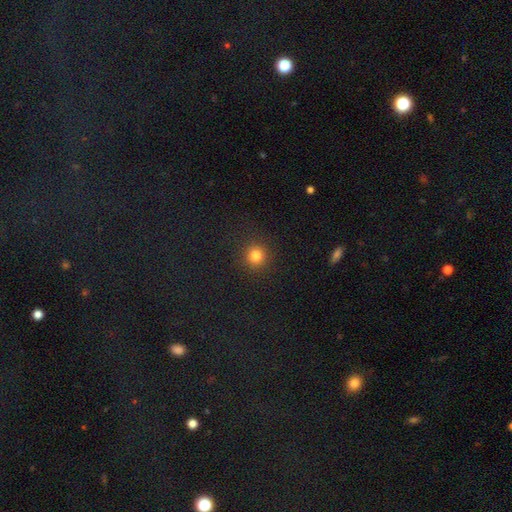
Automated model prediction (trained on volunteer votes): smooth 82%, star or artifact 14%, featured or disk 5%. Down the decision tree: how rounded — round (93%); merging — none (91%).